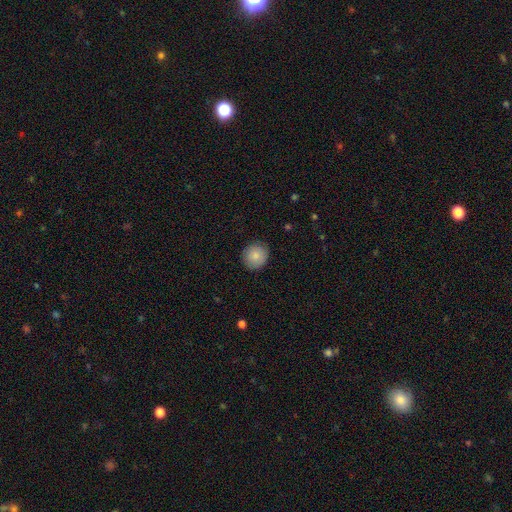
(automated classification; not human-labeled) Smooth or featured?
  - smooth: 84% *
  - featured or disk: 9%
  - star or artifact: 8%
How rounded?
  - round: 88% *
  - in between: 11%
  - cigar-shaped: 1%
Merging?
  - none: 88% *
  - minor disturbance: 9%
  - major disturbance: 2%
  - merger: 1%